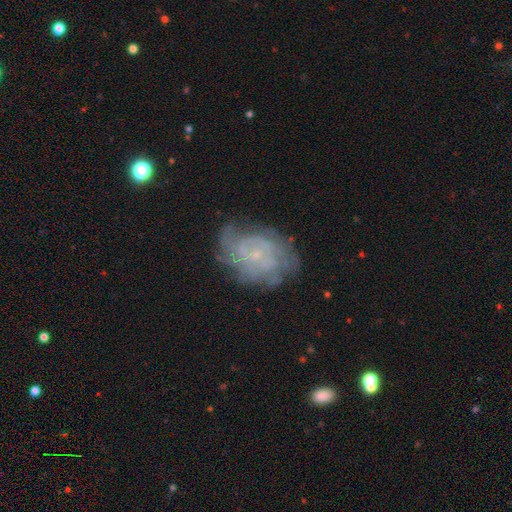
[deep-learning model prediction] The model was most divided on "spiral arm count": can't tell: 47%, 2: 14%, 4: 13%, 3: 12%, more than 4: 8%, 1: 6%. More confident: edge-on disk — no (97%); spiral arms — yes (90%); bulge size — small (81%); smooth or featured — featured or disk (77%); bar — no (70%); merging — none (68%); spiral winding — tight (66%).